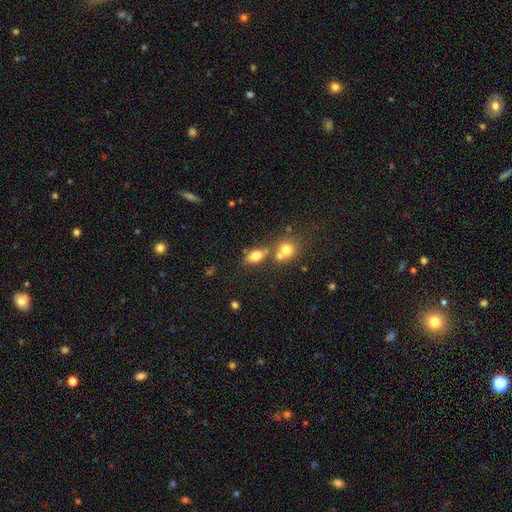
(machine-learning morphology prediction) type=smooth (75%); roundness=in between (80%); merging=none (54%).